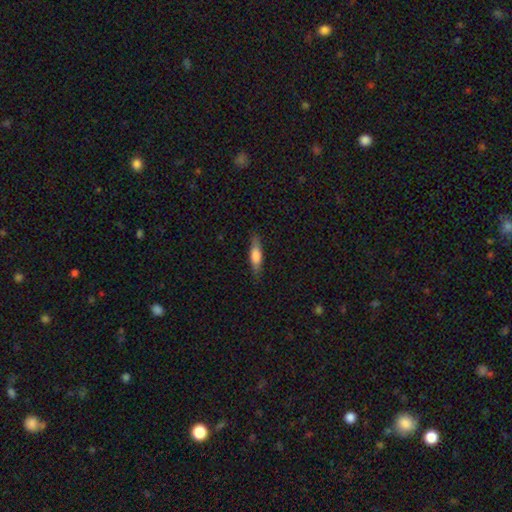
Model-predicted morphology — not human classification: This appears to be a smooth galaxy with no disk features (67%) that is cigar-shaped (66%). Merging: none (84%).